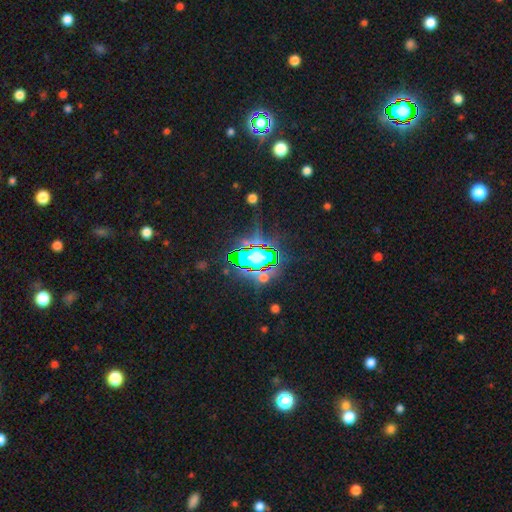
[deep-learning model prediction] smooth_or_featured: star or artifact (p=0.83) [alt: smooth p=0.10]